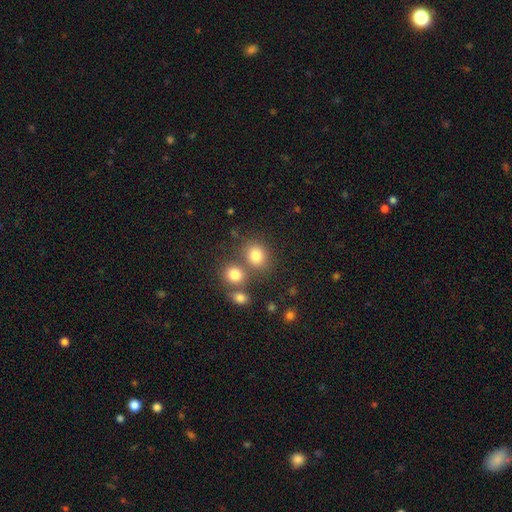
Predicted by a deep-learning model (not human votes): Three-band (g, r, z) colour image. It shows a smooth galaxy with no disk features (81%) that is round (67%). Merging: none (59%).